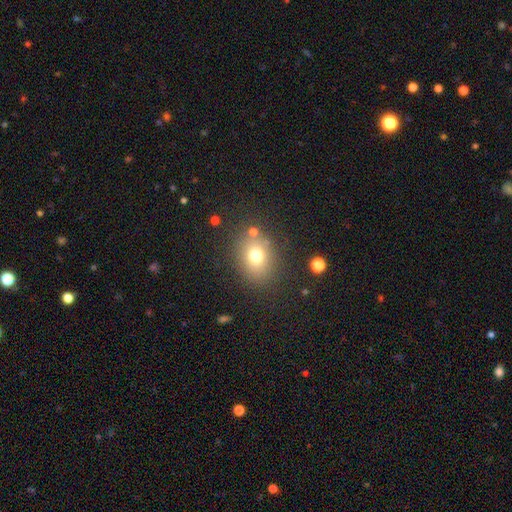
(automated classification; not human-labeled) This is likely a smooth galaxy (72%). How rounded: possibly round (52%). Merging: likely none (78%).